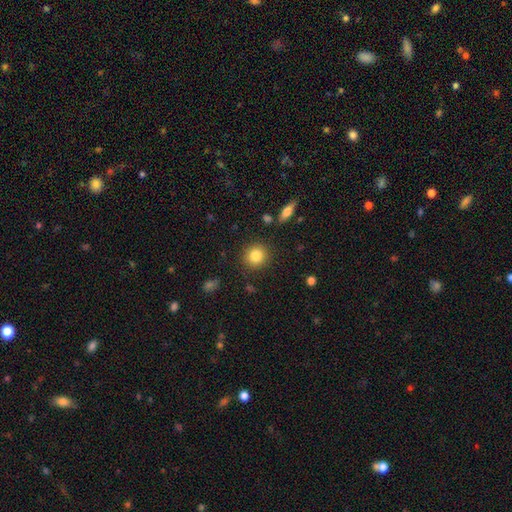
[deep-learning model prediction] Smooth or featured?
  - smooth: 83% *
  - star or artifact: 9%
  - featured or disk: 7%
How rounded?
  - round: 89% *
  - in between: 9%
  - cigar-shaped: 1%
Merging?
  - none: 89% *
  - minor disturbance: 7%
  - major disturbance: 2%
  - merger: 2%